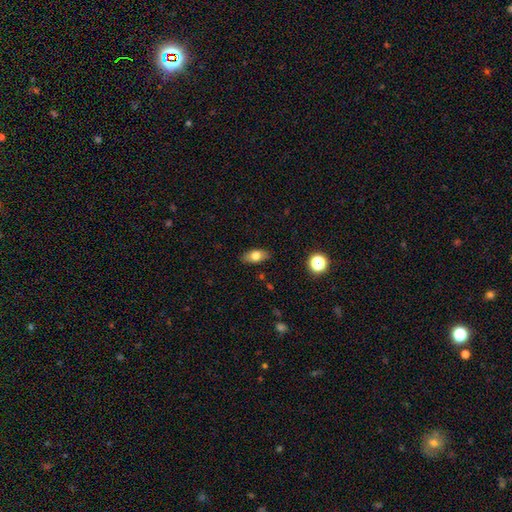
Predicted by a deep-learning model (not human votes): Smooth or featured? smooth (73%)
How rounded? in between (85%)
Merging? none (85%)